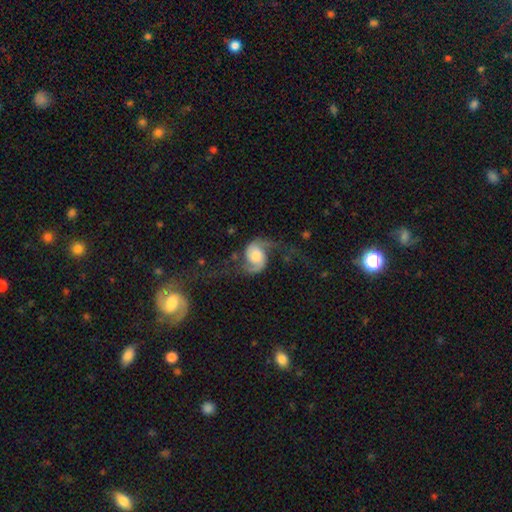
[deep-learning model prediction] A featured or disk galaxy (80%) with no bar (63%), 2 (92%) loose (72%) spiral arms (95%) and a moderate central bulge (41%). Merging: none (49%).